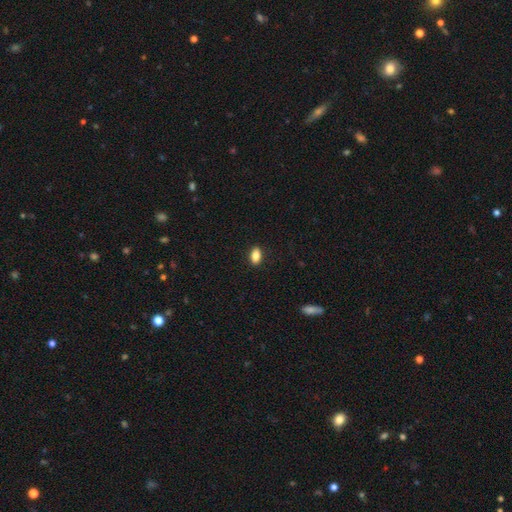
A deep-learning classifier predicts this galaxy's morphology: A smooth galaxy with no disk features (85%) that is in between round and cigar-shaped (88%).

Vote fractions:
- Smooth or featured? smooth: 85% / star or artifact: 8% / featured or disk: 6%
- How rounded? in between: 88% / round: 7% / cigar-shaped: 4%
- Merging? none: 89% / minor disturbance: 8% / major disturbance: 2% / merger: 1%